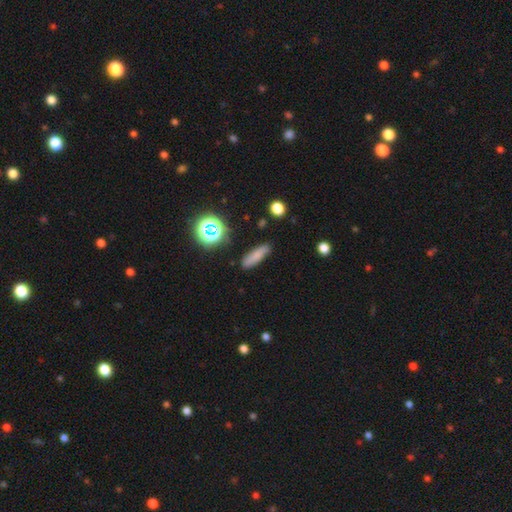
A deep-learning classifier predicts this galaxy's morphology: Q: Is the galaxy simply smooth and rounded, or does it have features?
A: smooth — 73%.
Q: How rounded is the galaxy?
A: cigar-shaped — 64%.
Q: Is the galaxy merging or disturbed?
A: none — 81%.